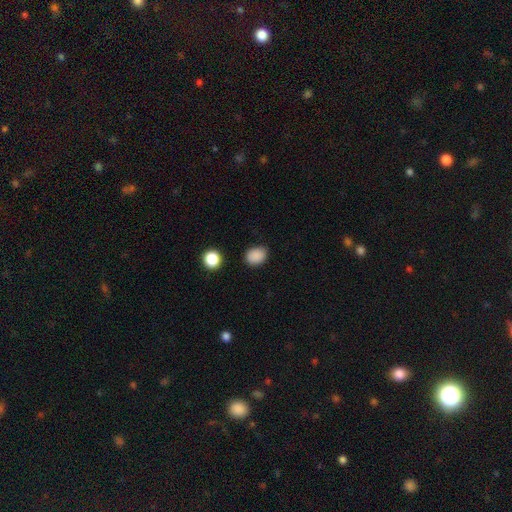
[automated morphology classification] Q: Smooth or featured?
A: smooth (87%); runner-up: star or artifact (10%)
Q: How rounded?
A: in between (58%); runner-up: round (41%)
Q: Merging?
A: none (84%); runner-up: minor disturbance (12%)